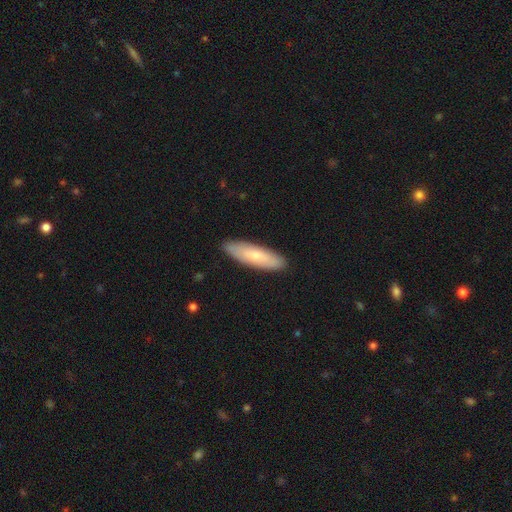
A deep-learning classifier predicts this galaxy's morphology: Overall: smooth (66%; featured or disk 29%). How rounded: cigar-shaped (55%; in between 43%). Merging: none (88%).